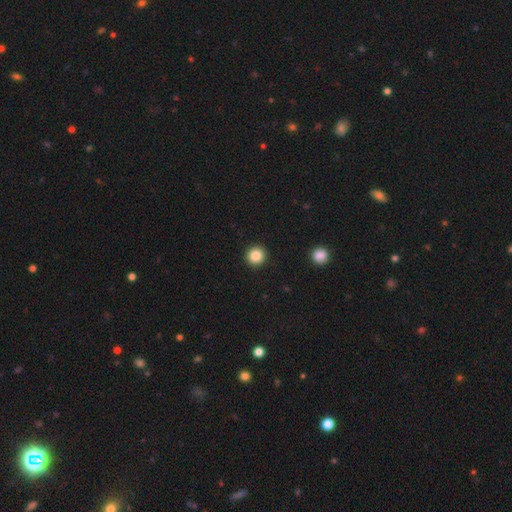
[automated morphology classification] smooth 85%, star or artifact 10%, featured or disk 4%. Down the decision tree: how rounded — round (94%); merging — none (93%).